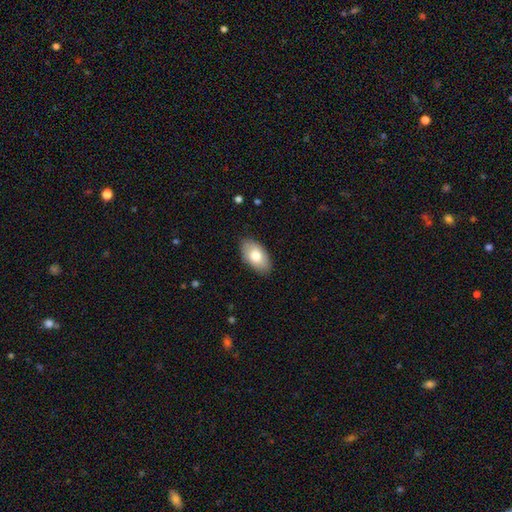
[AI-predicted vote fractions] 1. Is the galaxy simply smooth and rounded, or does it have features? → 77% smooth, 18% featured or disk, 6% star or artifact.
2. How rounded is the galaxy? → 95% in between, 3% round, 2% cigar-shaped.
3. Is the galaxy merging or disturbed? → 86% none, 11% minor disturbance, 2% major disturbance, 1% merger.